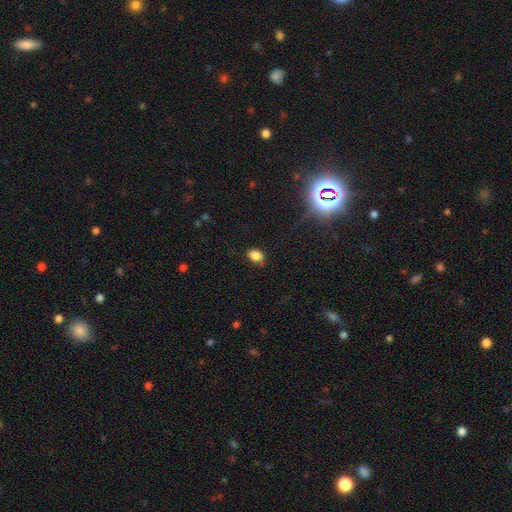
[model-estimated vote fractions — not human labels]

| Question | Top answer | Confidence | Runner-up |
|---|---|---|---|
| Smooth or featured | smooth | 83% | star or artifact (12%) |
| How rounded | in between | 76% | round (23%) |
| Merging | none | 78% | minor disturbance (16%) |